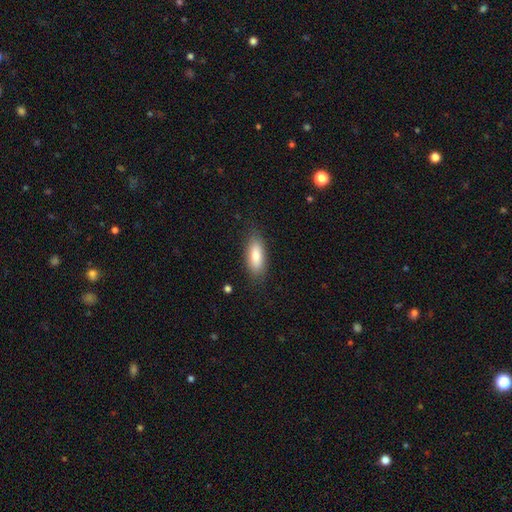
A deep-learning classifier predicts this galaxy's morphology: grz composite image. It shows a smooth galaxy with no disk features (80%) that is in between round and cigar-shaped (73%). Merging: none (83%).